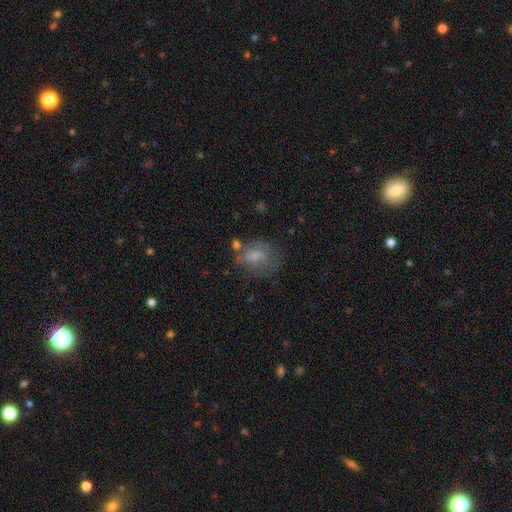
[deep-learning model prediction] smooth_or_featured: smooth (p=0.65) [alt: featured or disk p=0.24]
how_rounded: in between (p=0.58) [alt: round p=0.40]
merging: none (p=0.46) [alt: minor disturbance p=0.25]